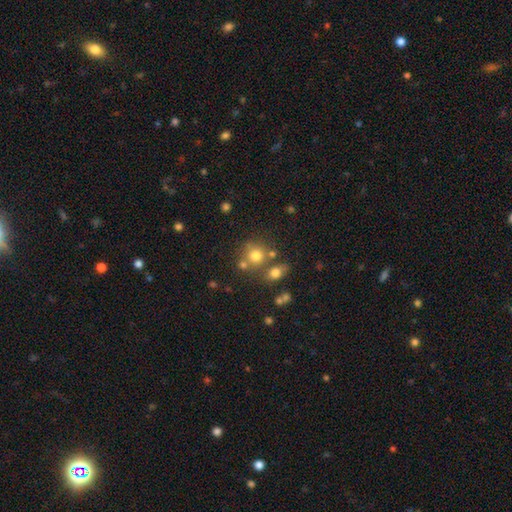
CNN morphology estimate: A smooth galaxy with no disk features (73%) that is round (86%). Merging: none (61%).